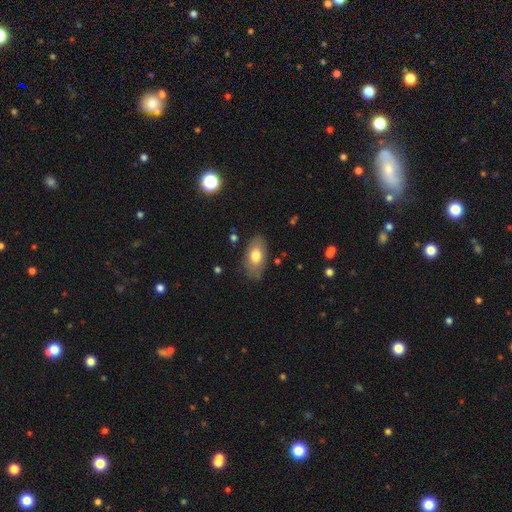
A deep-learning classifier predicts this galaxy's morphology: smooth-or-featured: smooth: 73% | featured or disk: 20% | star or artifact: 7%
  how-rounded: in between: 92% | round: 6% | cigar-shaped: 3%
  merging: none: 79% | minor disturbance: 15% | major disturbance: 4% | merger: 2%